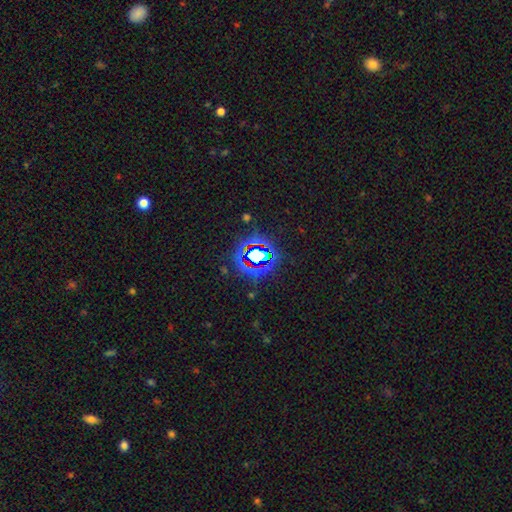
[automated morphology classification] This appears to be a star or artifact, not a galaxy (76%).